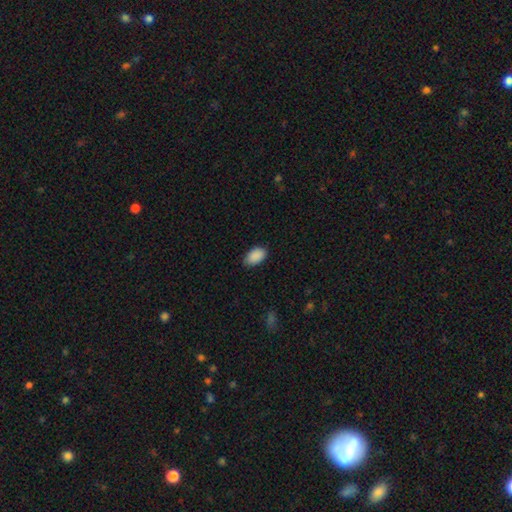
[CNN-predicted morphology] The model was most divided on "merging": none: 82%, minor disturbance: 14%, major disturbance: 2%, merger: 1%. More confident: how rounded — in between (93%); smooth or featured — smooth (90%).